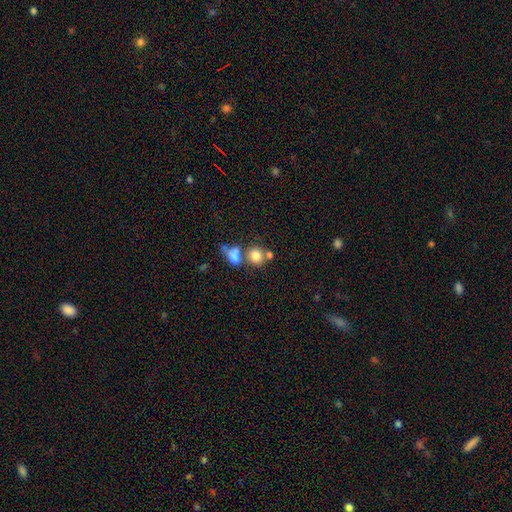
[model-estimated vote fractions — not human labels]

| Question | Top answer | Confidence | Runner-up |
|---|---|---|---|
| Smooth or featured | smooth | 79% | star or artifact (11%) |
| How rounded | round | 75% | in between (24%) |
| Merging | none | 48% | merger (37%) |